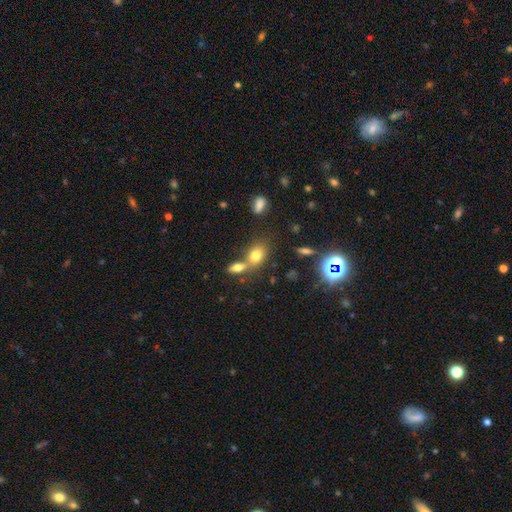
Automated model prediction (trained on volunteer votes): Smooth or featured? smooth (74%)
How rounded? in between (70%)
Merging? none (46%)